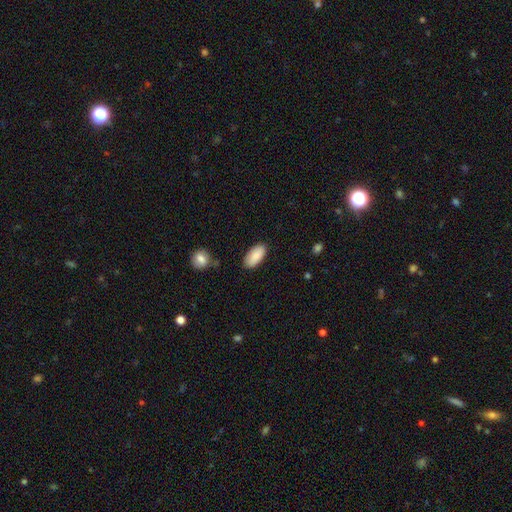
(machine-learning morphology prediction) Smooth or featured: smooth — 89% (star or artifact — 6%)
How rounded: in between — 92% (cigar-shaped — 6%)
Merging: none — 85% (minor disturbance — 11%)